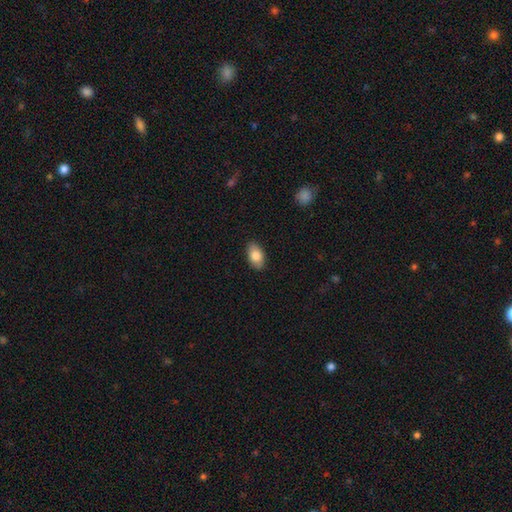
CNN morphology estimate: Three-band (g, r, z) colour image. It shows a smooth galaxy with no disk features (82%) that is in between round and cigar-shaped (93%). Merging: none (88%).